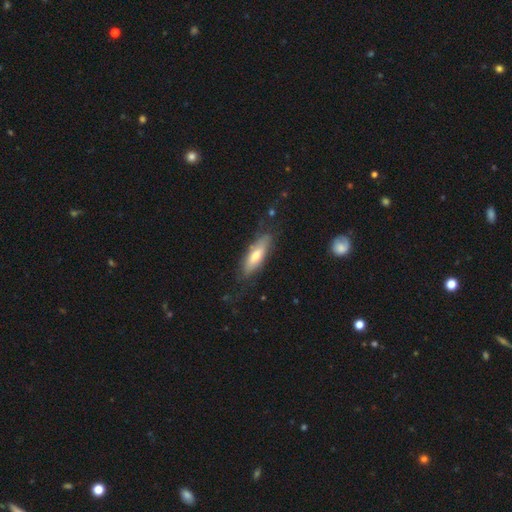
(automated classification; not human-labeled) smooth-or-featured: smooth: 57% | featured or disk: 37% | star or artifact: 6%
  how-rounded: in between: 49% (tied) | cigar-shaped: 49% (tied) | round: 2%
  merging: none: 73% | minor disturbance: 20% | major disturbance: 5% | merger: 2%